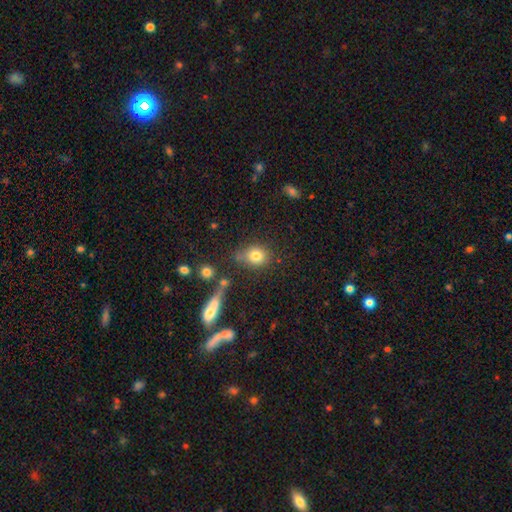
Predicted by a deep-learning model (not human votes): Morphology: type=smooth (79%); roundness=round (59%); merging=none (65%).